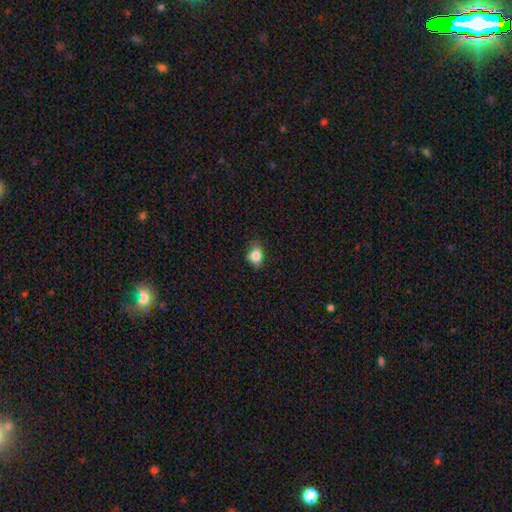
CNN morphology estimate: The model was most divided on "merging": none: 66%, minor disturbance: 27%, major disturbance: 6%, merger: 1%. More confident: smooth or featured — smooth (84%); how rounded — in between (71%).